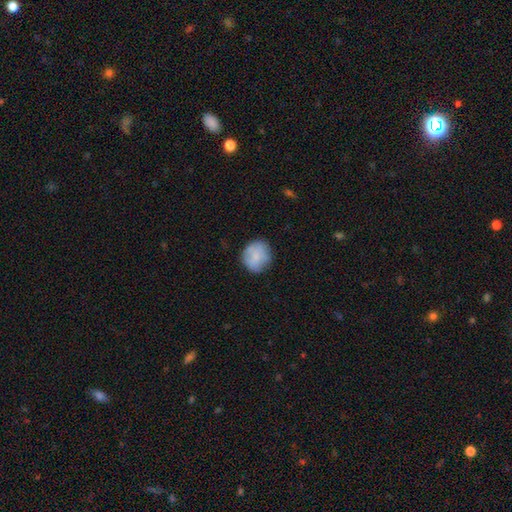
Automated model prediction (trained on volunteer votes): Morphology: type=smooth (77%); roundness=round (79%); merging=none (74%).